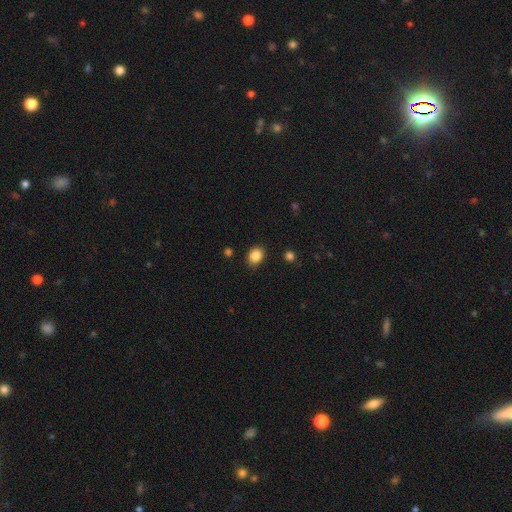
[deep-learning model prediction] A smooth galaxy with no disk features (85%) that is in between round and cigar-shaped (52%). Merging: none (84%).